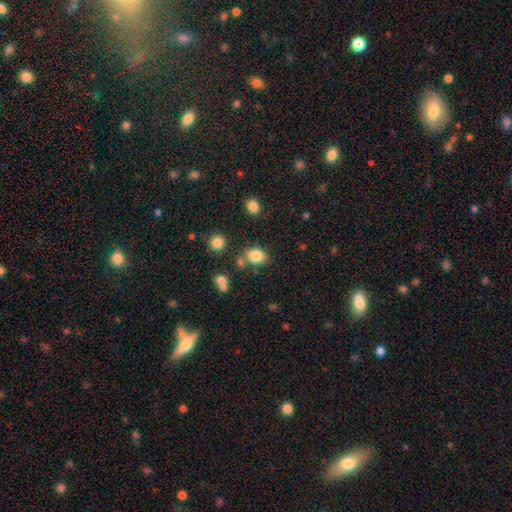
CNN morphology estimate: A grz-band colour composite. It shows a smooth galaxy with no disk features (83%) that is round (51%). Merging: none (66%).